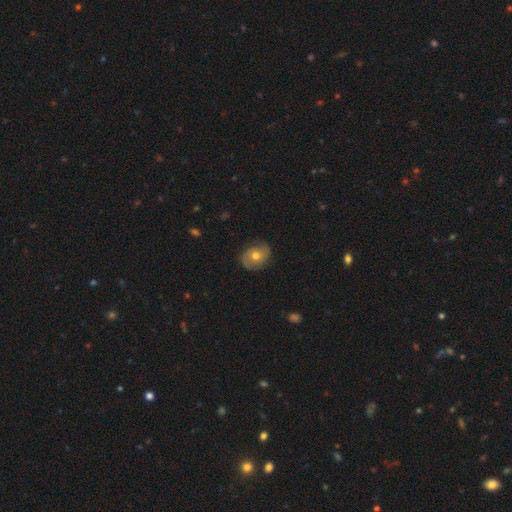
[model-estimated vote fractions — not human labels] smooth-or-featured: featured or disk: 48% | smooth: 44% | star or artifact: 8%
  merging: none: 80% | minor disturbance: 15% | major disturbance: 4% | merger: 1%